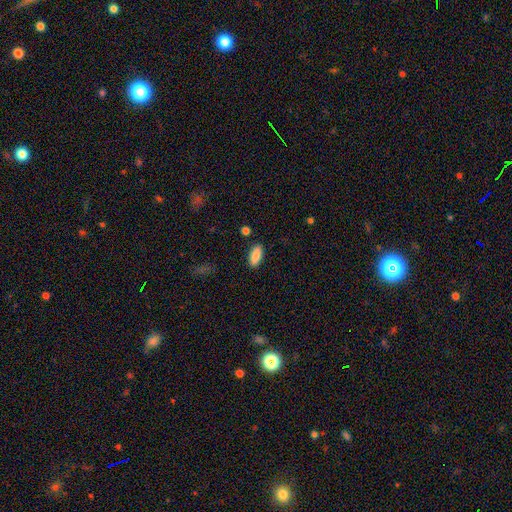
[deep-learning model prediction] A smooth galaxy with no disk features (86%) that is in between round and cigar-shaped (88%). Merging: none (87%).